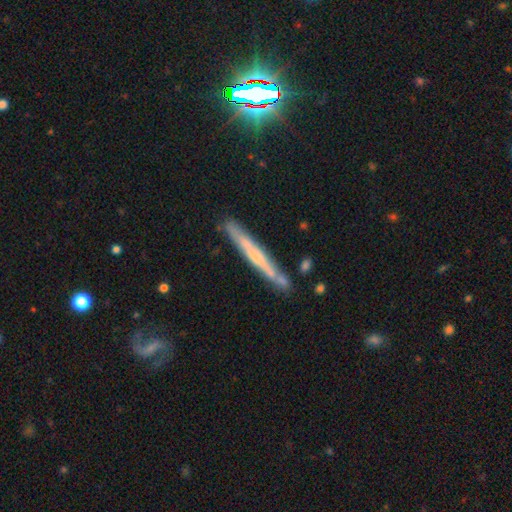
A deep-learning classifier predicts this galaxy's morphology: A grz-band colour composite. It shows a featured or disk galaxy (54%) viewed edge-on (93%) with no central bulge (65%). Merging: none (78%).